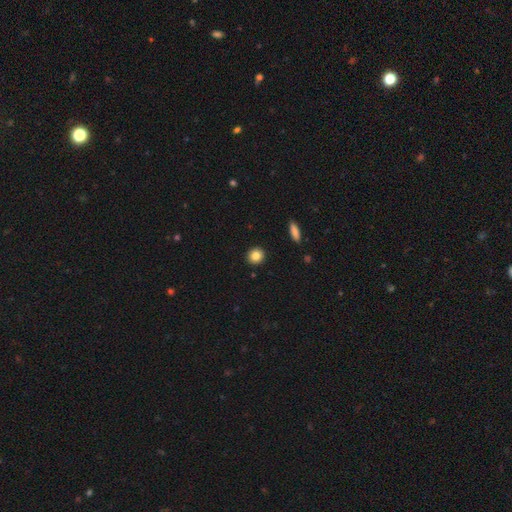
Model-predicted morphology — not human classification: Smooth or featured: smooth — 84% (star or artifact — 10%)
How rounded: round — 88% (in between — 10%)
Merging: none — 92% (minor disturbance — 5%)